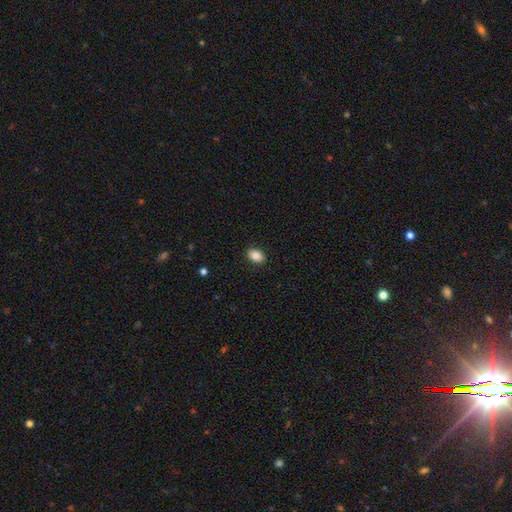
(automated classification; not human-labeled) A smooth galaxy with no disk features (85%) that is in between round and cigar-shaped (82%). Merging: none (89%).